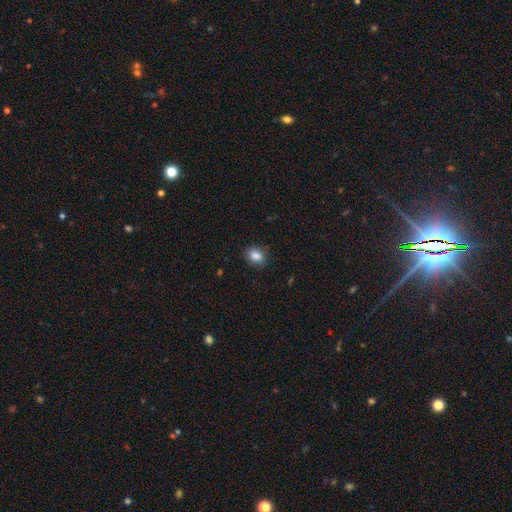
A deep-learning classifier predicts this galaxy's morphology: type=smooth (86%); roundness=in between (58%); merging=none (83%).